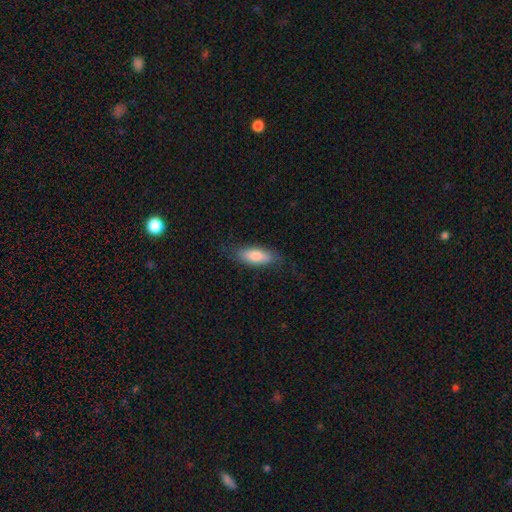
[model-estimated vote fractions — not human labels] A smooth galaxy with no disk features (77%) that is in between round and cigar-shaped (69%).

Vote fractions:
- Smooth or featured? smooth: 77% / featured or disk: 17% / star or artifact: 6%
- How rounded? in between: 69% / cigar-shaped: 29% / round: 2%
- Merging? none: 78% / minor disturbance: 16% / major disturbance: 5% / merger: 1%